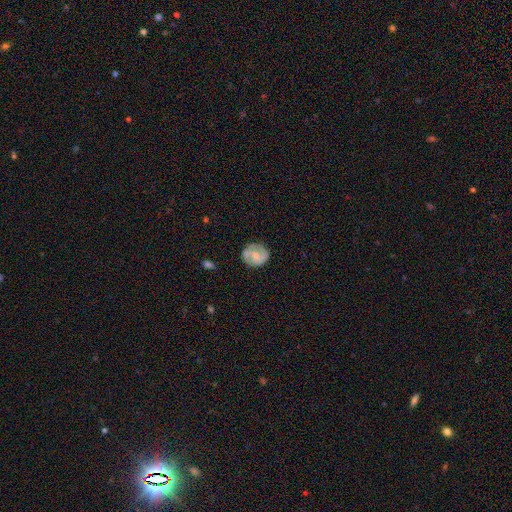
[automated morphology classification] This is likely a featured or disk galaxy (60%). It is clearly not viewed edge-on (98%). Bar: possibly no (49%). Spiral arm pattern: clearly yes (83%). Central bulge: marginally small (36%). Merging: likely none (73%).